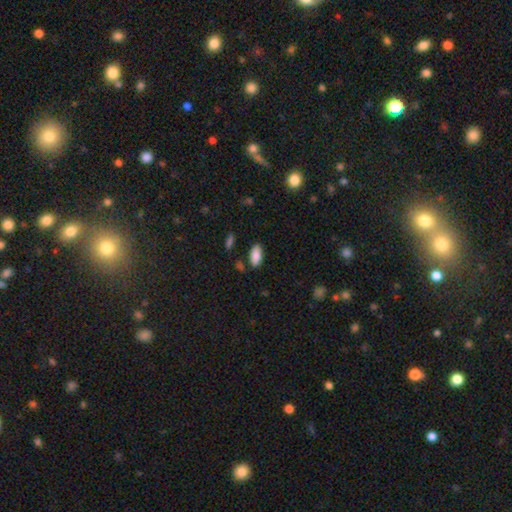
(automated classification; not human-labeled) Q: Smooth or featured?
A: smooth (87%); runner-up: star or artifact (7%)
Q: How rounded?
A: in between (91%); runner-up: cigar-shaped (7%)
Q: Merging?
A: none (83%); runner-up: minor disturbance (11%)